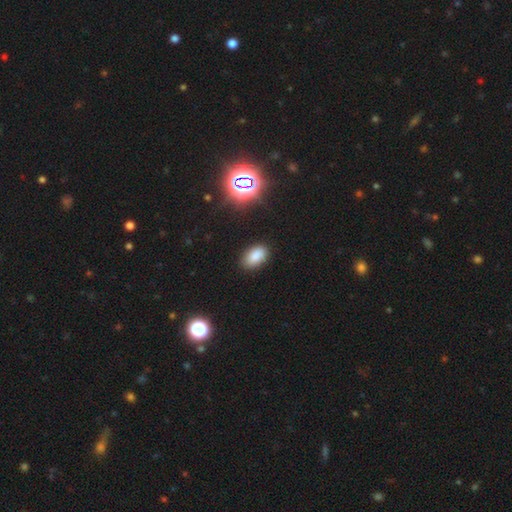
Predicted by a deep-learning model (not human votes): The model was most divided on "smooth or featured": smooth: 82%, star or artifact: 13%, featured or disk: 5%. More confident: how rounded — in between (91%); merging — none (86%).